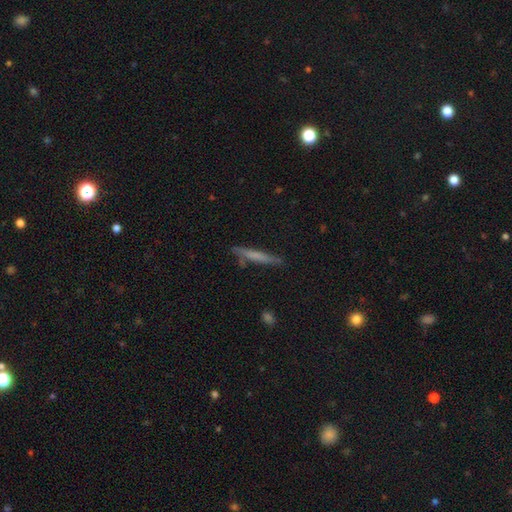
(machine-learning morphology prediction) Overall: smooth (58%; featured or disk 36%). How rounded: cigar-shaped (94%). Merging: none (80%).